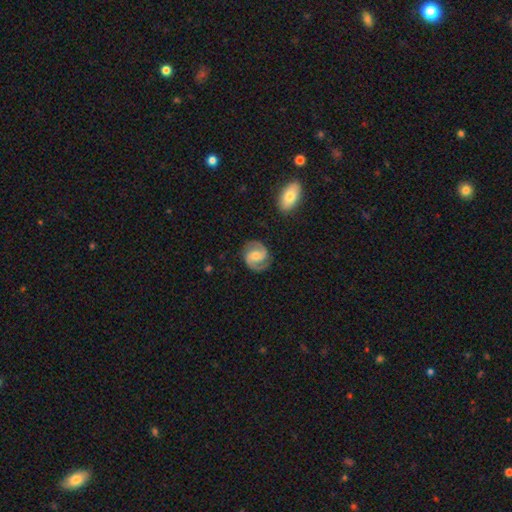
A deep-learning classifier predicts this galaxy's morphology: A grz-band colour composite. It shows a featured or disk galaxy (87%) with no bar (44%), 2 (93%) medium (52%) spiral arms (98%) and a moderate central bulge (55%). Merging: none (85%).